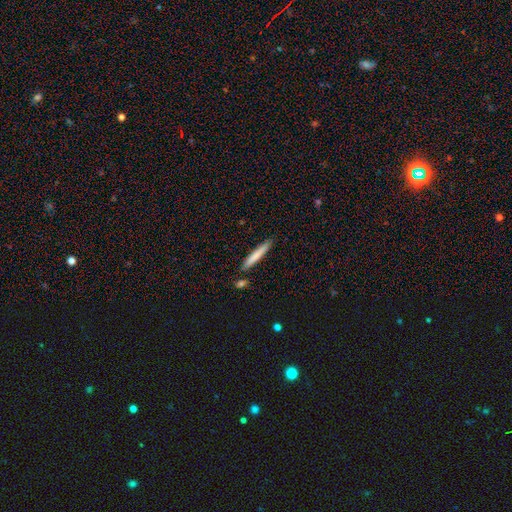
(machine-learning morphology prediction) Smooth or featured? Predicted: smooth (p=0.76). How rounded? Predicted: cigar-shaped (p=0.95). Merging? Predicted: none (p=0.85).